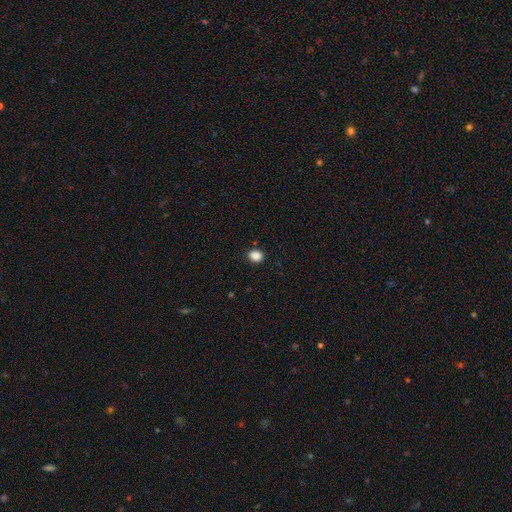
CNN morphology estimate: smooth 87%, star or artifact 10%, featured or disk 3%. Down the decision tree: how rounded — round (54%); merging — none (88%).